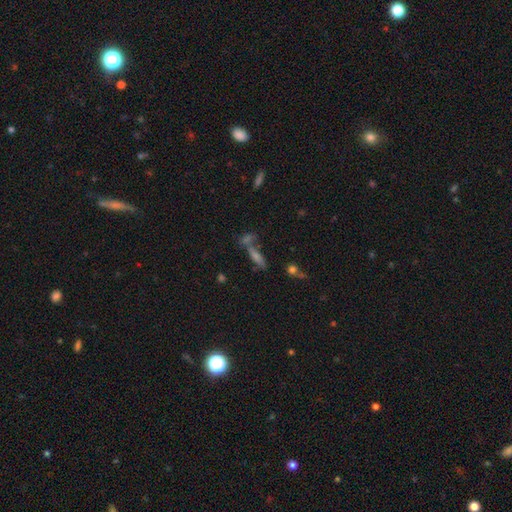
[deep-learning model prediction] Morphology: type=smooth (47%); merging=none (47%).